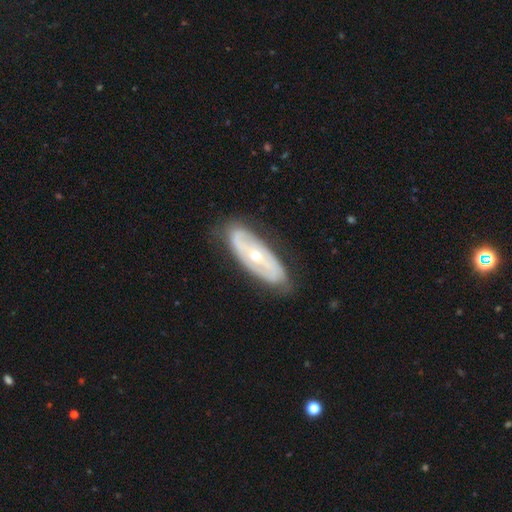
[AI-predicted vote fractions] Smooth or featured? featured or disk (74%)
Edge-on disk? no (84%)
Bar? no (62%)
Spiral arms? yes (68%)
Bulge size? small (53%)
Merging? none (76%)